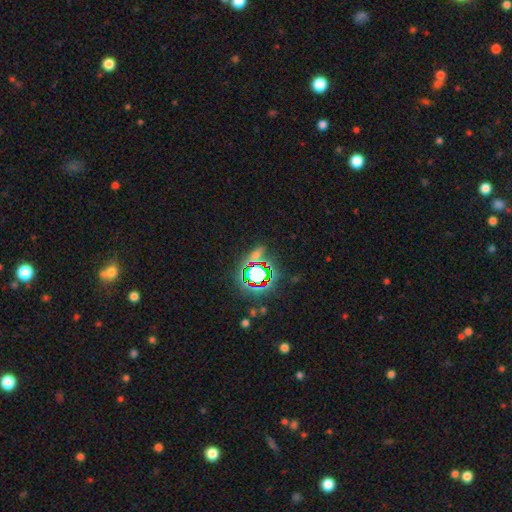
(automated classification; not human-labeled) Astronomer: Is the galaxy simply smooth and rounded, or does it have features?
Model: star or artifact — 67%.